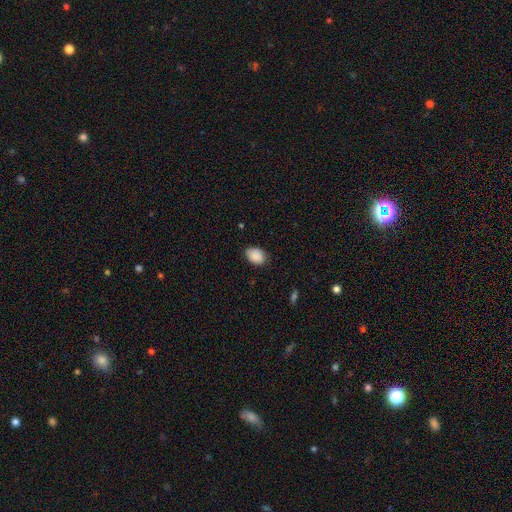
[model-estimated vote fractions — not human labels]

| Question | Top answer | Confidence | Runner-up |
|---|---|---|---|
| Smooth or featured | smooth | 90% | star or artifact (7%) |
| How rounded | in between | 76% | round (23%) |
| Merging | none | 81% | minor disturbance (15%) |